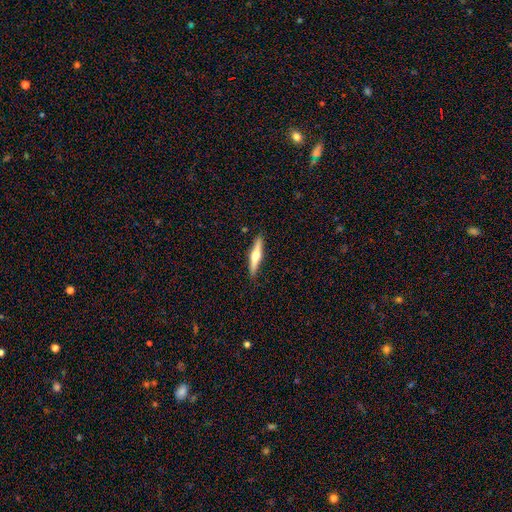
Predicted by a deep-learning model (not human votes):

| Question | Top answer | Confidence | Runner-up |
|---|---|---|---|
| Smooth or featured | featured or disk | 61% | smooth (34%) |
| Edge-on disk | yes | 97% | no (3%) |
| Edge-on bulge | rounded | 94% | none (3%) |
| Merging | none | 88% | minor disturbance (9%) |